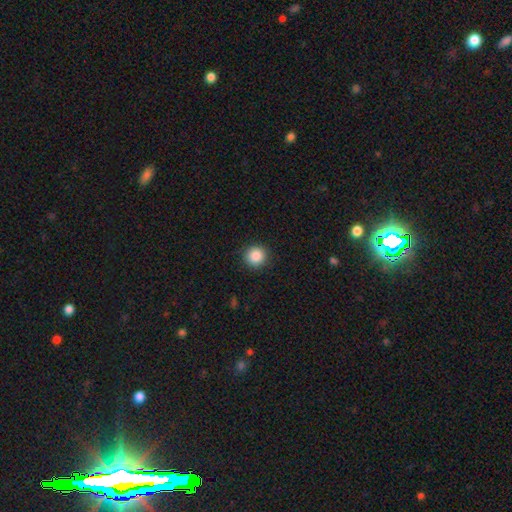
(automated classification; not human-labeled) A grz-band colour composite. It shows a smooth galaxy with no disk features (88%) that is round (93%). Merging: none (91%).